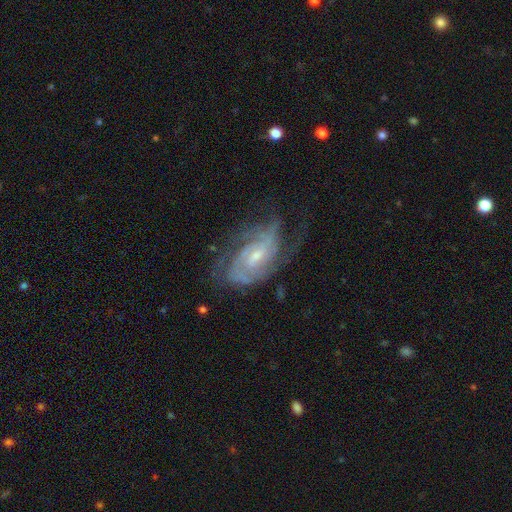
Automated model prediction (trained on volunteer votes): Smooth or featured? featured or disk (88%)
Edge-on disk? no (96%)
Bar? weak (46%)
Spiral arms? yes (97%)
Spiral winding? tight (55%)
Spiral arm count? 2 (37%)
Bulge size? small (56%)
Merging? none (64%)